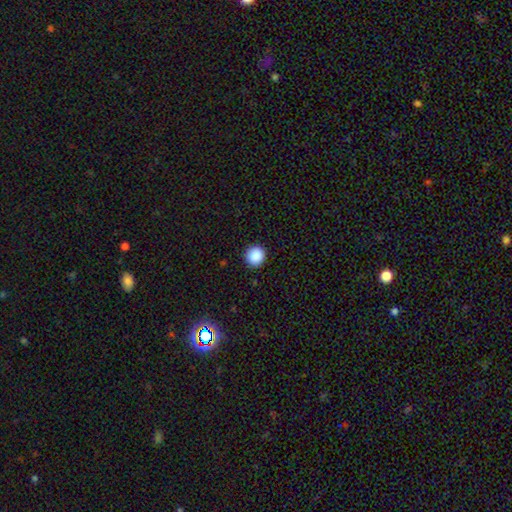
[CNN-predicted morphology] Smooth or featured? smooth (89%)
How rounded? round (94%)
Merging? none (92%)